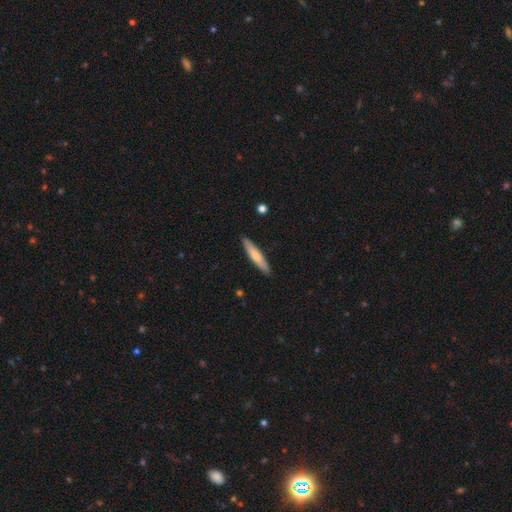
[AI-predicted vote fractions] Smooth or featured: smooth — 68% (featured or disk — 27%)
How rounded: cigar-shaped — 90% (in between — 9%)
Merging: none — 90% (minor disturbance — 8%)